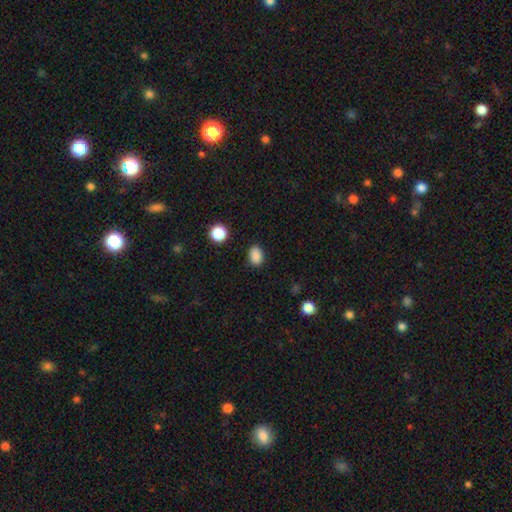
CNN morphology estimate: Smooth or featured: smooth — 87% (star or artifact — 10%)
How rounded: in between — 70% (round — 29%)
Merging: none — 86% (minor disturbance — 10%)